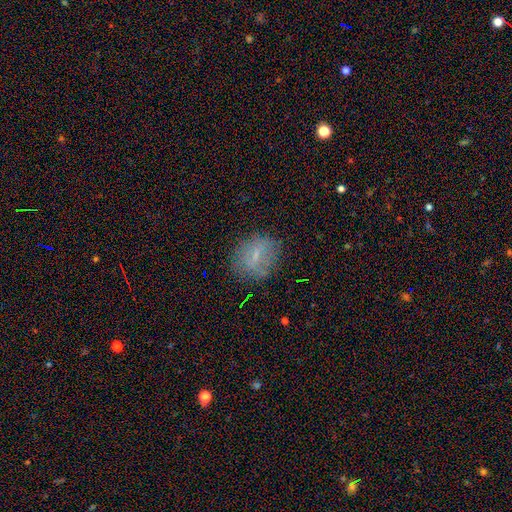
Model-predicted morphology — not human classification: This is possibly a smooth galaxy (53%). How rounded: possibly round (55%). Merging: likely none (73%).